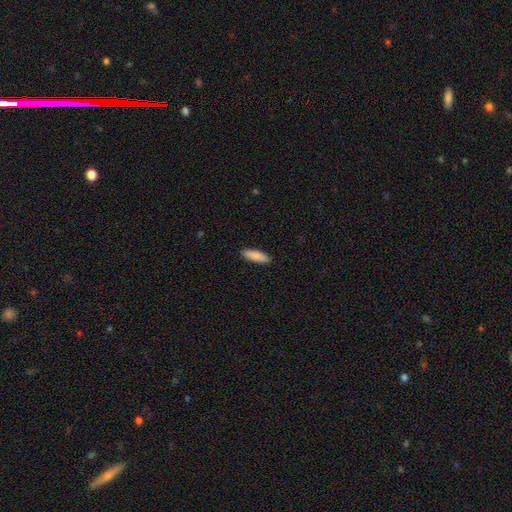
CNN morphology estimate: type=smooth (88%); roundness=cigar-shaped (52%); merging=none (90%).